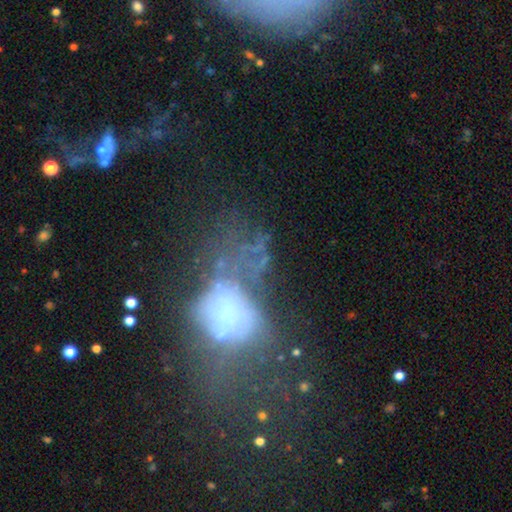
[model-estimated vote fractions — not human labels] The model was most divided on "smooth or featured": featured or disk: 47%, smooth: 31%, star or artifact: 22%. Remaining: merging — major disturbance (44%).